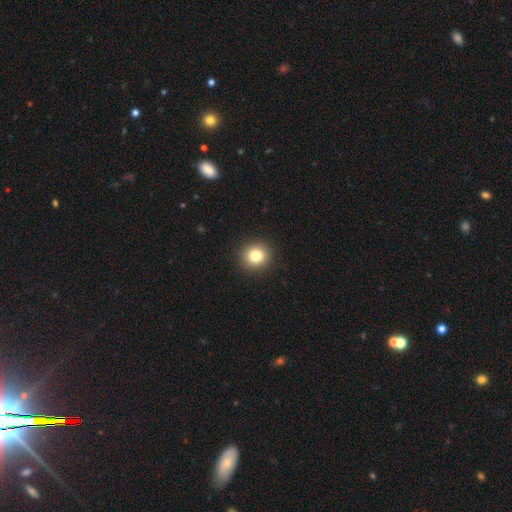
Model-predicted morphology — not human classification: smooth 83%, star or artifact 11%, featured or disk 6%. Down the decision tree: how rounded — round (88%); merging — none (92%).